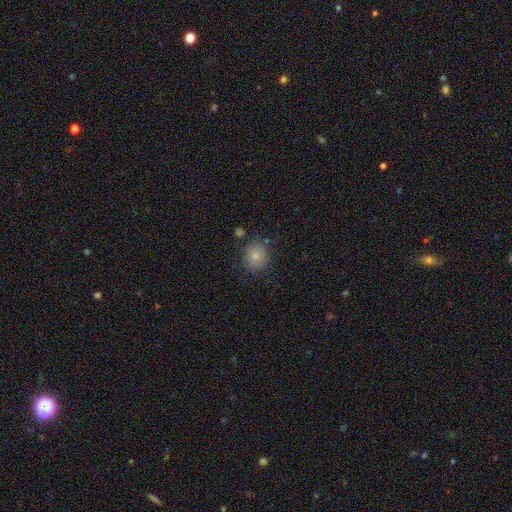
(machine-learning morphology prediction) Q: Smooth or featured?
A: smooth (82%); runner-up: star or artifact (10%)
Q: How rounded?
A: round (79%); runner-up: in between (20%)
Q: Merging?
A: none (78%); runner-up: minor disturbance (14%)